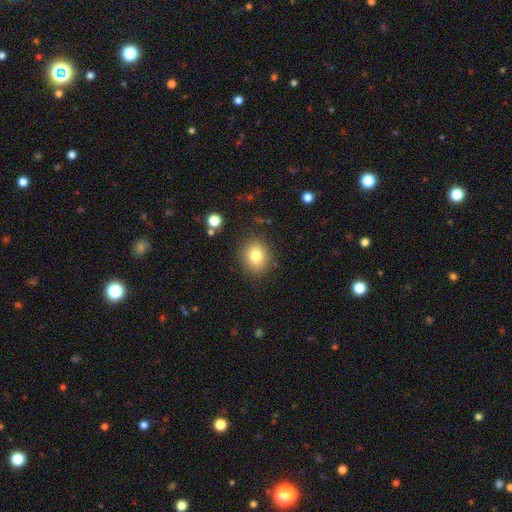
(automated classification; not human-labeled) Smooth or featured? smooth (80%)
How rounded? round (63%)
Merging? none (85%)